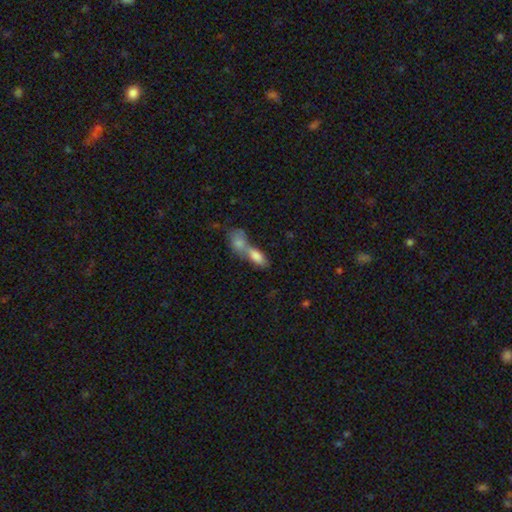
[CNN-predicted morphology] Smooth or featured? smooth (80%)
How rounded? in between (79%)
Merging? merger (73%)